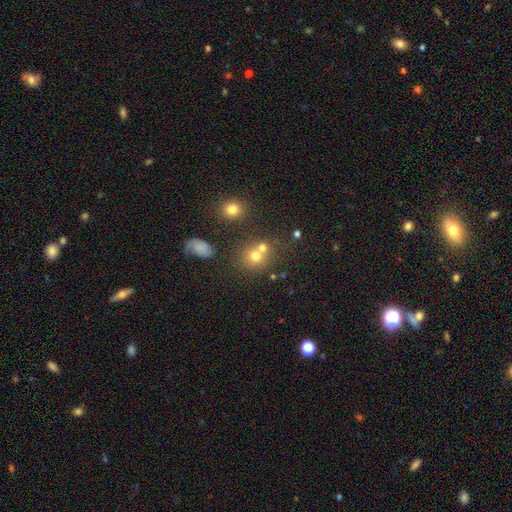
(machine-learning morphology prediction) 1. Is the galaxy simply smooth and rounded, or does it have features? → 70% smooth, 16% star or artifact, 15% featured or disk.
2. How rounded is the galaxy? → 80% round, 19% in between, 1% cigar-shaped.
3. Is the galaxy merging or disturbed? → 47% none, 39% merger, 9% minor disturbance, 5% major disturbance.